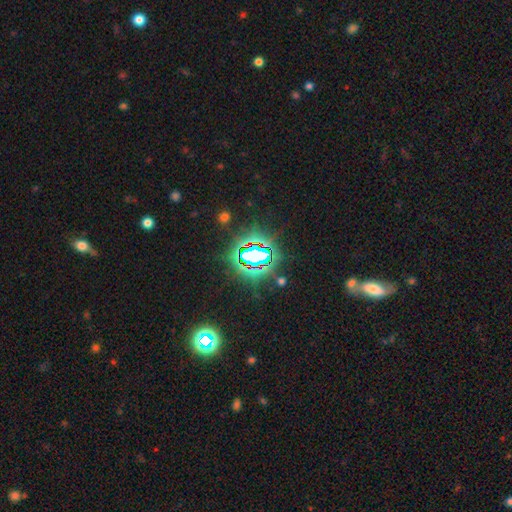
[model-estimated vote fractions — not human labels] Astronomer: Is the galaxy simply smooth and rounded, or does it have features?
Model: star or artifact — 78%.